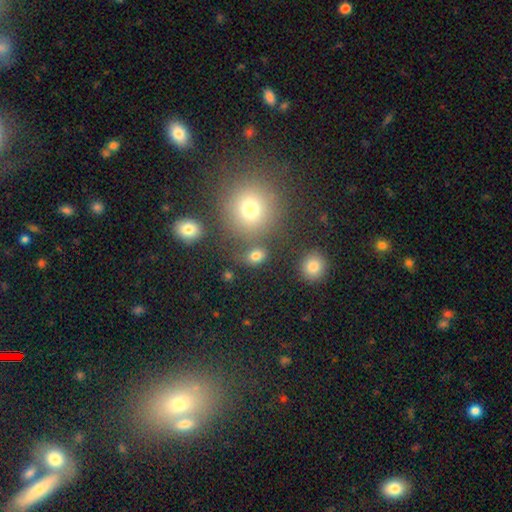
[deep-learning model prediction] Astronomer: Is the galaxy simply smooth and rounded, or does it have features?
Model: smooth — 76%.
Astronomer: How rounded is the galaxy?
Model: in between — 55% (runner-up: round, 43%).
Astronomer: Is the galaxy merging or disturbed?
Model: none — 72%.